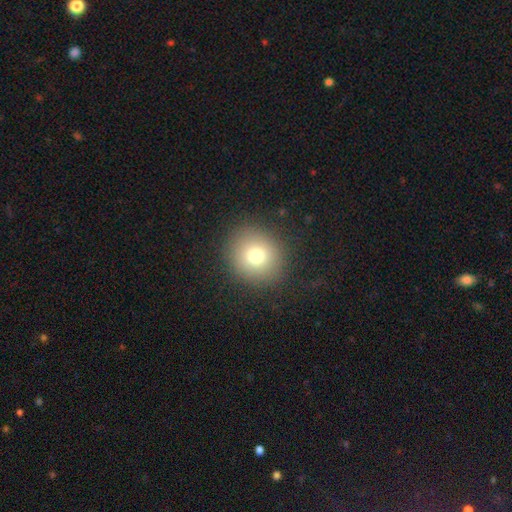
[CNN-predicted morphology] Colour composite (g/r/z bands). It shows a smooth galaxy with no disk features (77%) that is round (89%). Merging: none (89%).